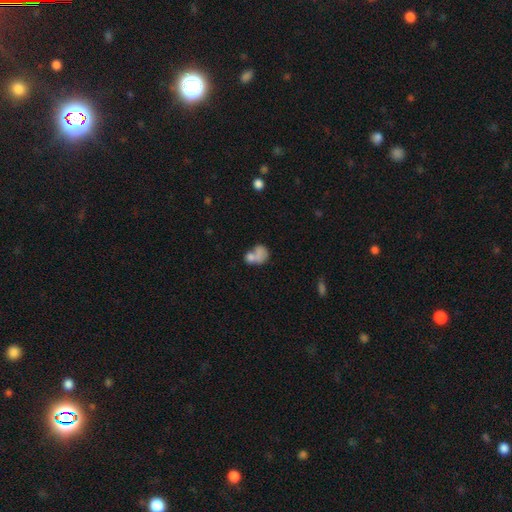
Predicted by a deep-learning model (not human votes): smooth 69%, featured or disk 21%, star or artifact 10%. Down the decision tree: how rounded — in between (58%); merging — merger (53%).